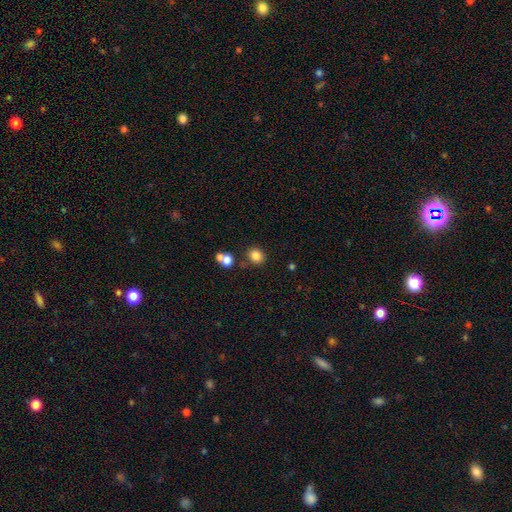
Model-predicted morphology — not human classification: A smooth galaxy with no disk features (83%) that is round (72%). Merging: none (76%).